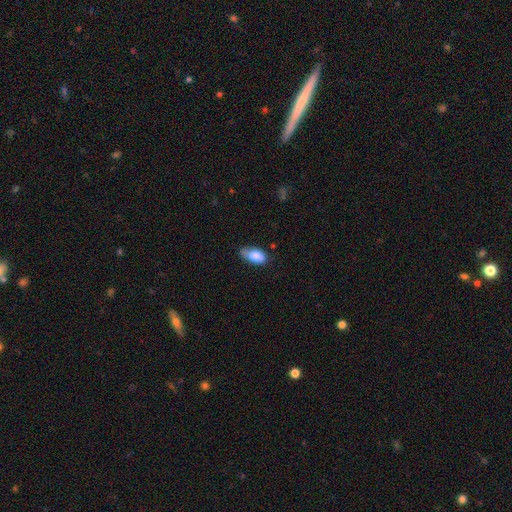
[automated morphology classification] Smooth or featured? Predicted: smooth (p=0.80). How rounded? Predicted: in between (p=0.91). Merging? Predicted: none (p=0.54).